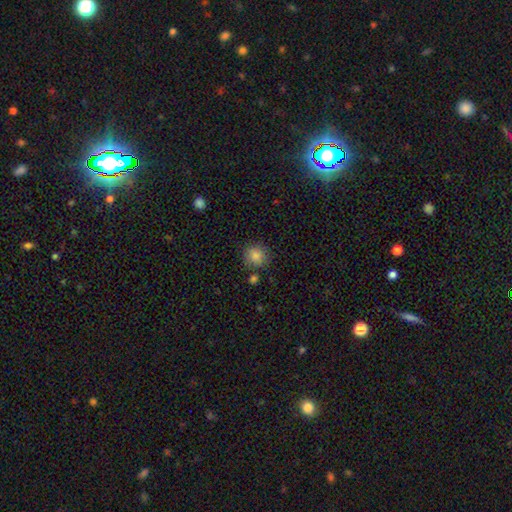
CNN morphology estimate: Smooth or featured?
  - smooth: 85% *
  - star or artifact: 9%
  - featured or disk: 5%
How rounded?
  - round: 85% *
  - in between: 14%
  - cigar-shaped: 1%
Merging?
  - none: 76% *
  - minor disturbance: 14%
  - merger: 6%
  - major disturbance: 4%